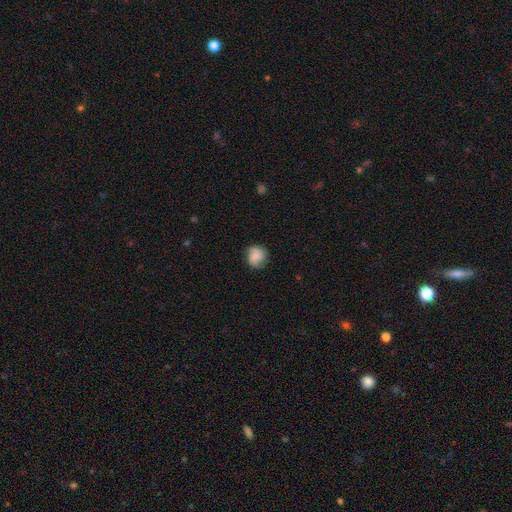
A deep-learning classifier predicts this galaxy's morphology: smooth-or-featured: smooth: 69% | featured or disk: 23% | star or artifact: 8%
  how-rounded: round: 82% | in between: 17% | cigar-shaped: 1%
  merging: none: 74% | minor disturbance: 20% | major disturbance: 5% | merger: 1%